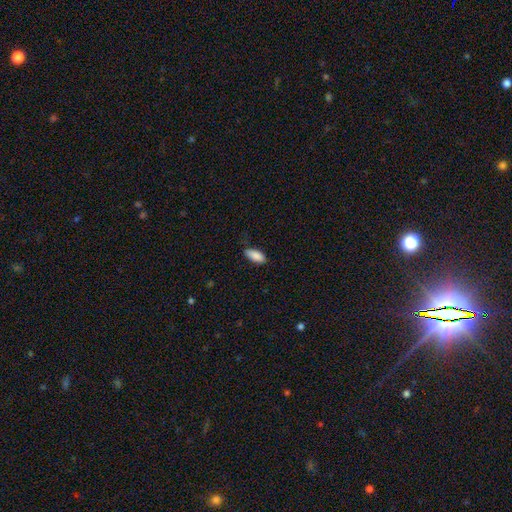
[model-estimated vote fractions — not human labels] Smooth or featured?
  - smooth: 89% *
  - star or artifact: 7%
  - featured or disk: 4%
How rounded?
  - in between: 87% *
  - cigar-shaped: 11%
  - round: 2%
Merging?
  - none: 80% *
  - minor disturbance: 17%
  - major disturbance: 3%
  - merger: 1%